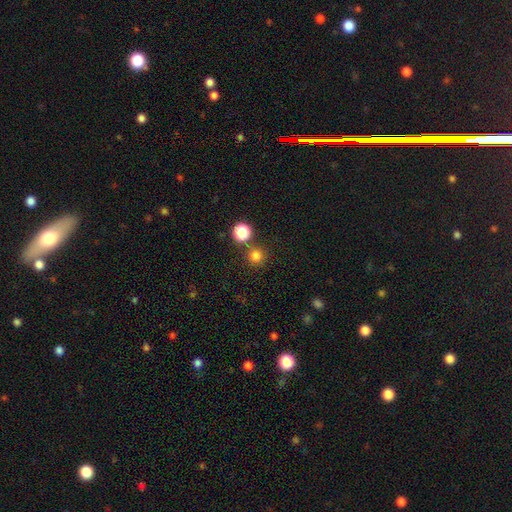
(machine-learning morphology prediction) type=smooth (78%); roundness=round (93%); merging=none (75%).